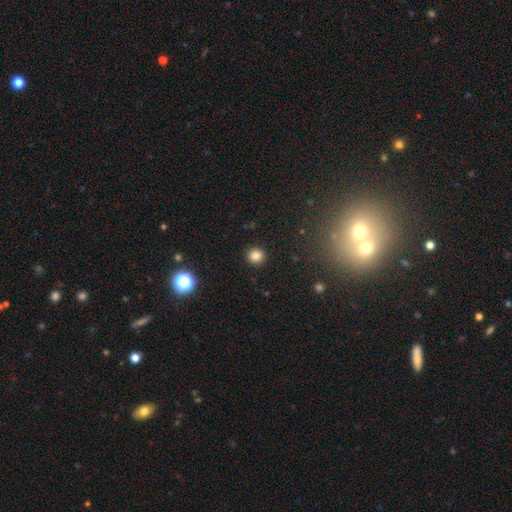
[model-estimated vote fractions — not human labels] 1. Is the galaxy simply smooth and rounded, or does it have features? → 83% smooth, 13% star or artifact, 5% featured or disk.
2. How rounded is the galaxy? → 93% round, 6% in between, 1% cigar-shaped.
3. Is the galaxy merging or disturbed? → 92% none, 5% minor disturbance, 2% major disturbance, 1% merger.